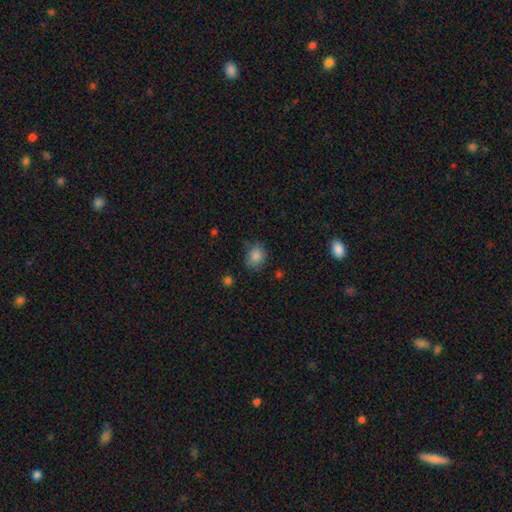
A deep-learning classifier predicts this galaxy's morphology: type=smooth (84%); roundness=round (58%); merging=none (77%).